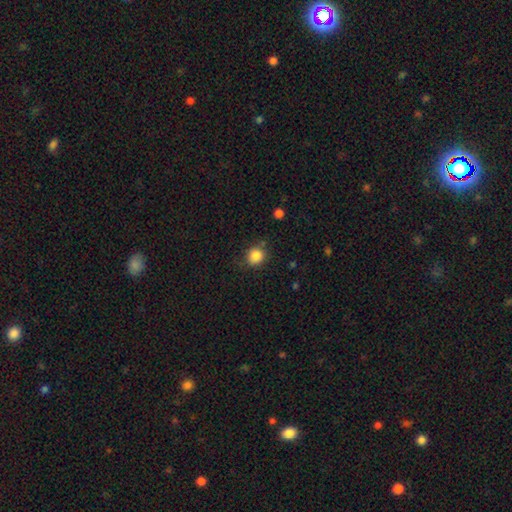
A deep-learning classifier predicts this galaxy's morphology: smooth-or-featured: smooth: 85% | star or artifact: 10% | featured or disk: 5%
  how-rounded: round: 83% | in between: 16% | cigar-shaped: 1%
  merging: none: 79% | minor disturbance: 14% | major disturbance: 4% | merger: 3%